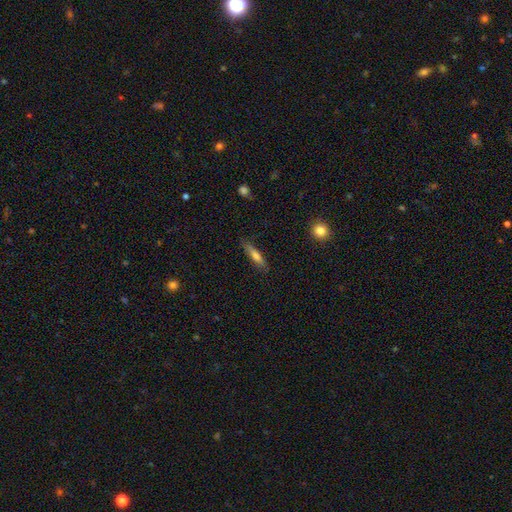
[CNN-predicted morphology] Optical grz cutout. It shows a smooth galaxy with no disk features (67%) that is cigar-shaped (80%). Merging: none (84%).